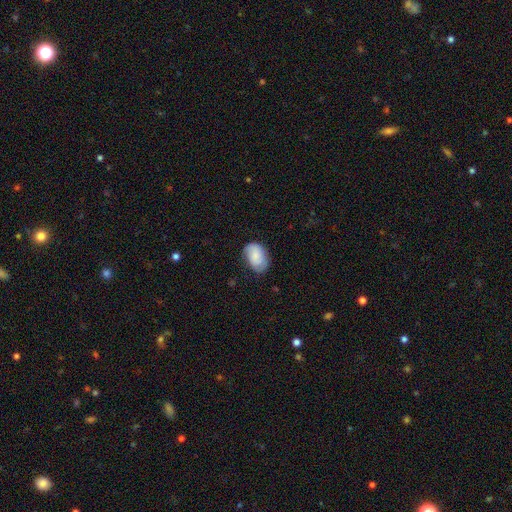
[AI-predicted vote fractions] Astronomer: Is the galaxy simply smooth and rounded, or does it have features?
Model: smooth — 68%.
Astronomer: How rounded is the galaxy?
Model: in between — 85%.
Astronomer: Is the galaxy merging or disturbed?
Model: none — 69%.